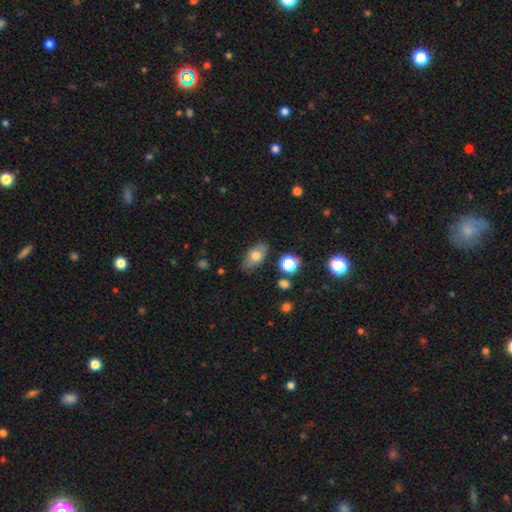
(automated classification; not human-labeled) A smooth galaxy with no disk features (71%) that is in between round and cigar-shaped (89%). Merging: none (80%).